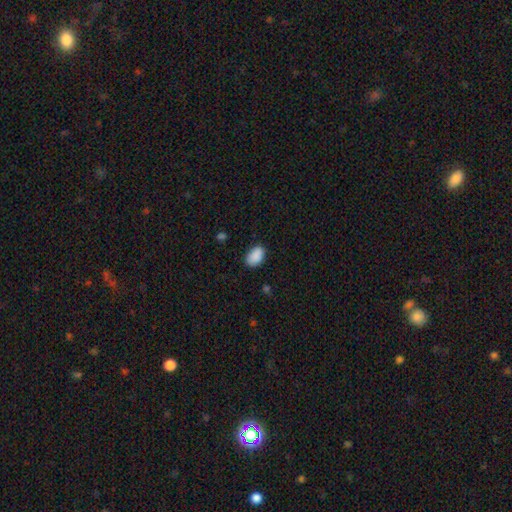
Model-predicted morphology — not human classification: Smooth or featured? smooth (90%)
How rounded? in between (89%)
Merging? none (81%)